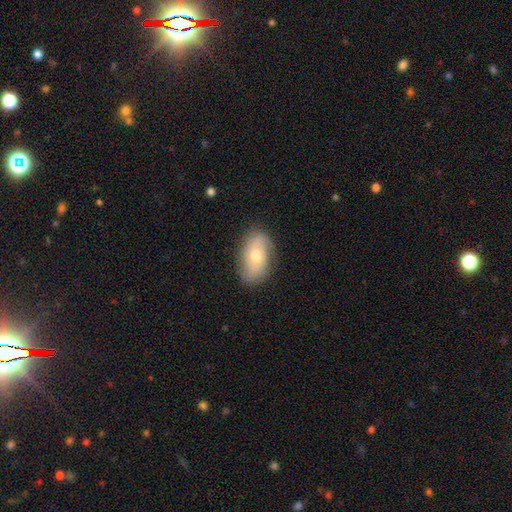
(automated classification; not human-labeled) Q: Smooth or featured?
A: featured or disk (47%); runner-up: smooth (46%)
Q: Merging?
A: none (79%); runner-up: minor disturbance (15%)